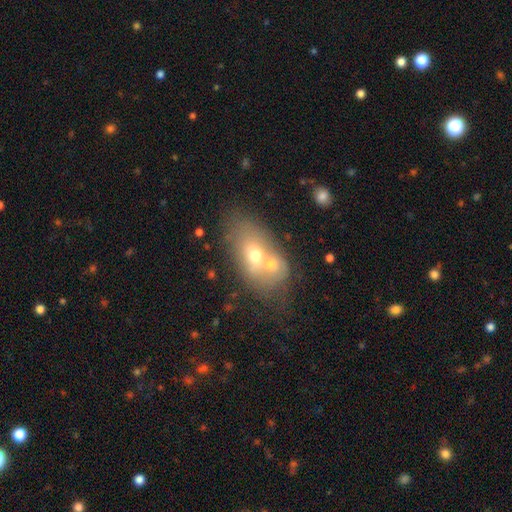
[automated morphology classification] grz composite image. It shows a smooth galaxy with no disk features (56%) that is in between round and cigar-shaped (76%). Merging: merger (63%).